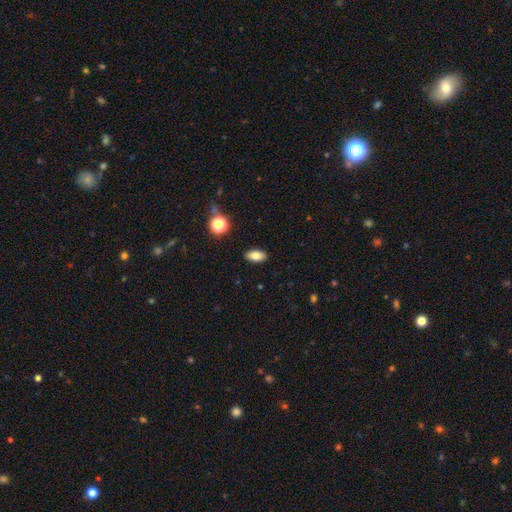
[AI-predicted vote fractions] The model was most divided on "smooth or featured": smooth: 79%, featured or disk: 12%, star or artifact: 9%. More confident: merging — none (89%); how rounded — in between (89%).